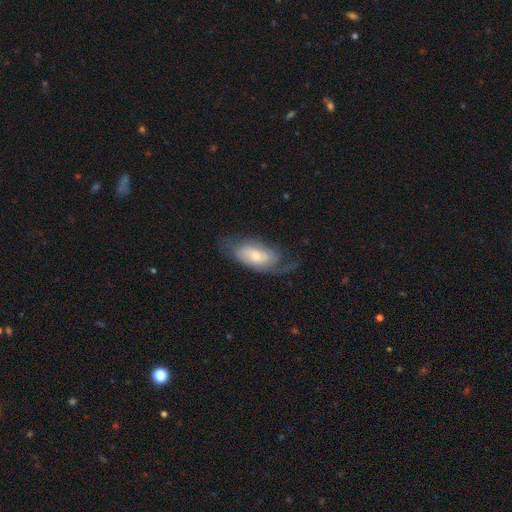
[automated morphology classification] A featured or disk galaxy (62%) with no bar (68%), spiral arms (80%) and a moderate central bulge (47%). Merging: none (49%).